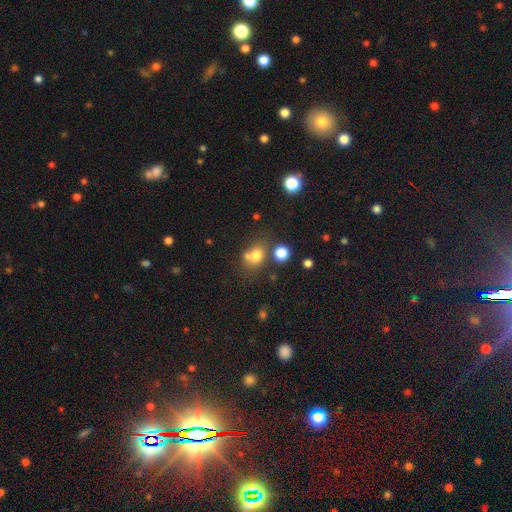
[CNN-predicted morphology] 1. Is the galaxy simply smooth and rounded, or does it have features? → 73% smooth, 15% star or artifact, 11% featured or disk.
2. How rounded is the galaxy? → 55% round, 43% in between, 1% cigar-shaped.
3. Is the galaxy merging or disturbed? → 46% none, 33% merger, 14% minor disturbance, 7% major disturbance.